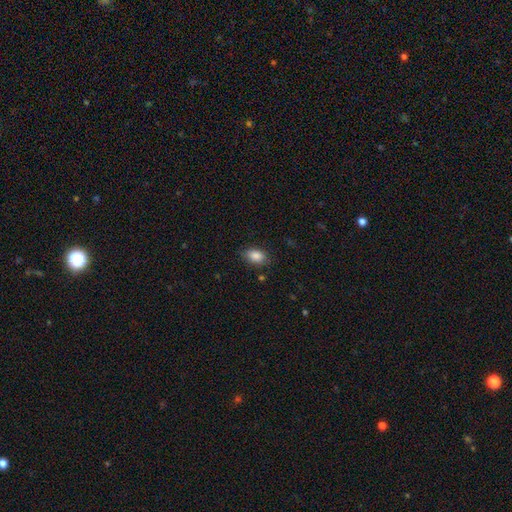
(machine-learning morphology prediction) smooth_or_featured: smooth (p=0.87) [alt: star or artifact p=0.08]
how_rounded: in between (p=0.86) [alt: round p=0.12]
merging: none (p=0.81) [alt: minor disturbance p=0.15]